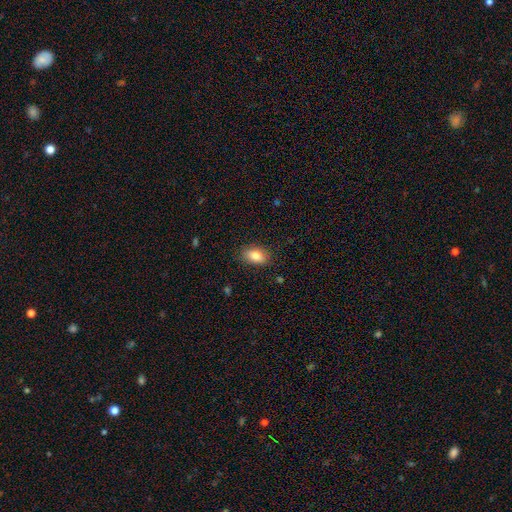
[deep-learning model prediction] A smooth galaxy with no disk features (83%) that is in between round and cigar-shaped (87%).

Vote fractions:
- Smooth or featured? smooth: 83% / featured or disk: 9% / star or artifact: 8%
- How rounded? in between: 87% / round: 10% / cigar-shaped: 2%
- Merging? none: 86% / minor disturbance: 11% / major disturbance: 2% / merger: 1%